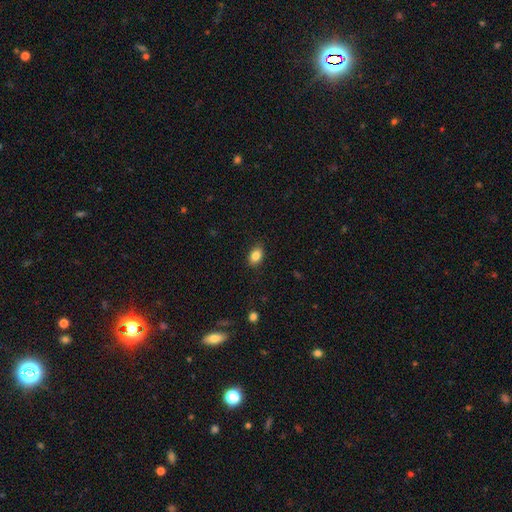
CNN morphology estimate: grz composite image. It shows a smooth galaxy with no disk features (85%) that is in between round and cigar-shaped (79%). Merging: none (86%).